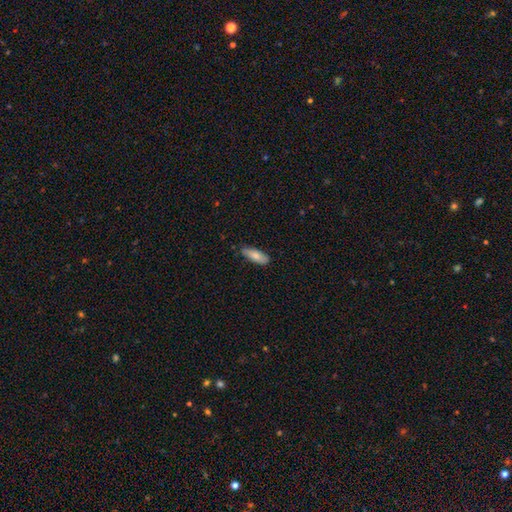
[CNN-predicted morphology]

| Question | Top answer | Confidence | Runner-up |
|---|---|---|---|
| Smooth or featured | smooth | 79% | featured or disk (15%) |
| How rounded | in between | 65% | cigar-shaped (33%) |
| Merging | none | 82% | minor disturbance (15%) |